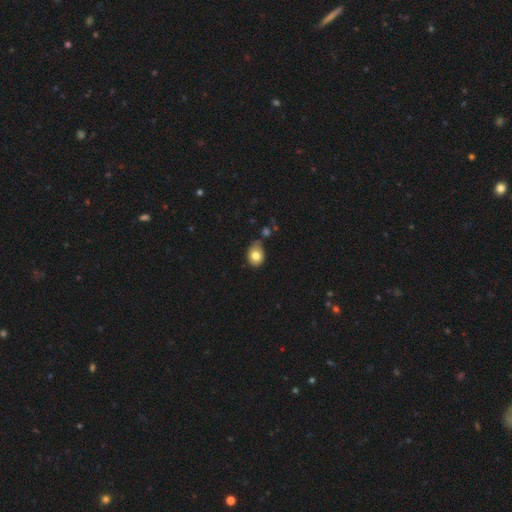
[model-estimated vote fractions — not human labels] Q: Smooth or featured?
A: smooth (80%); runner-up: featured or disk (11%)
Q: How rounded?
A: in between (63%); runner-up: round (36%)
Q: Merging?
A: none (57%); runner-up: minor disturbance (27%)